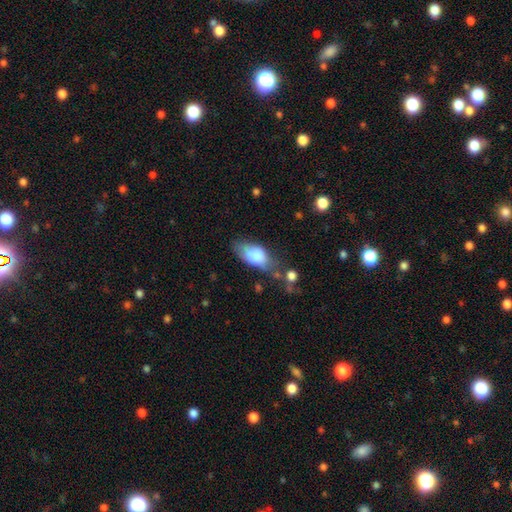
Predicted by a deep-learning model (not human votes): This is likely a smooth galaxy (73%). How rounded: clearly in between (89%). Merging: marginally none (37%).